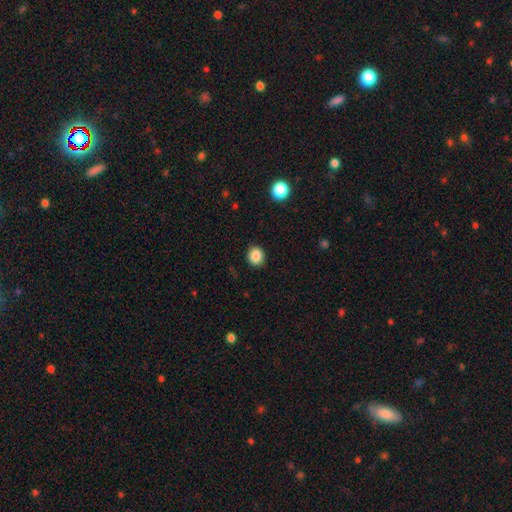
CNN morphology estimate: Smooth or featured: smooth — 87% (star or artifact — 9%)
How rounded: round — 74% (in between — 25%)
Merging: none — 91% (minor disturbance — 6%)